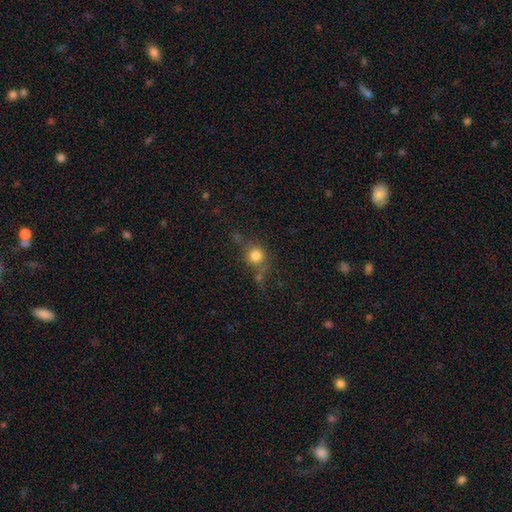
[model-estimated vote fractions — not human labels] smooth 77%, star or artifact 13%, featured or disk 11%. Down the decision tree: how rounded — round (88%); merging — none (58%).